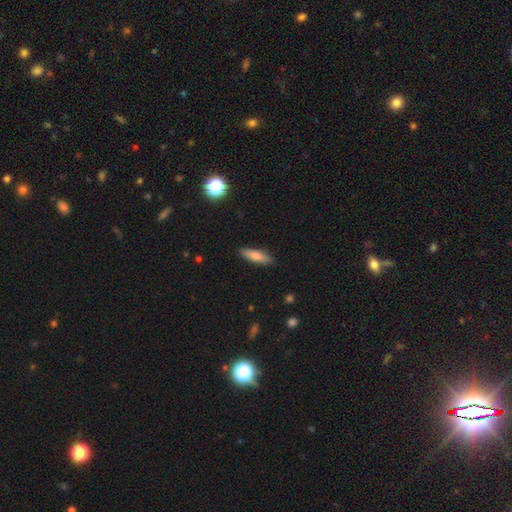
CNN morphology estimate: A smooth galaxy with no disk features (77%) that is cigar-shaped (62%).

Vote fractions:
- Smooth or featured? smooth: 77% / featured or disk: 16% / star or artifact: 6%
- How rounded? cigar-shaped: 62% / in between: 36% / round: 2%
- Merging? none: 88% / minor disturbance: 9% / major disturbance: 2% / merger: 1%